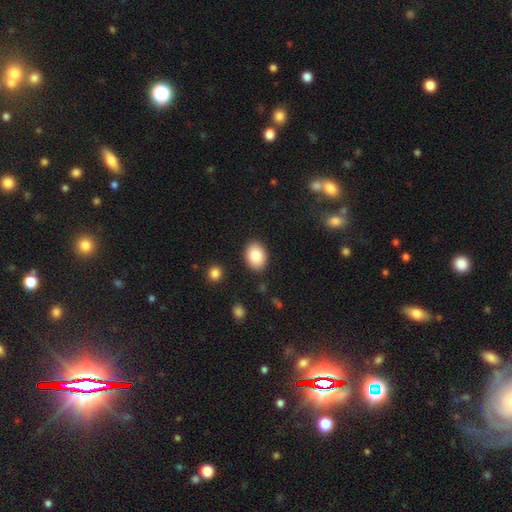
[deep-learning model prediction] Morphology: type=smooth (84%); roundness=in between (70%); merging=none (89%).